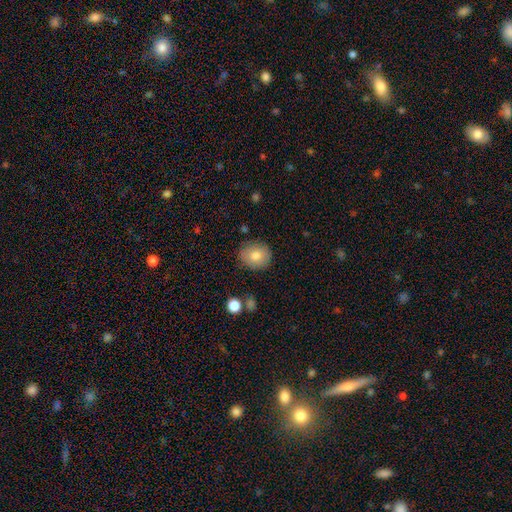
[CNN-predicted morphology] This is likely a smooth galaxy (79%). How rounded: clearly round (82%). Merging: clearly none (85%).